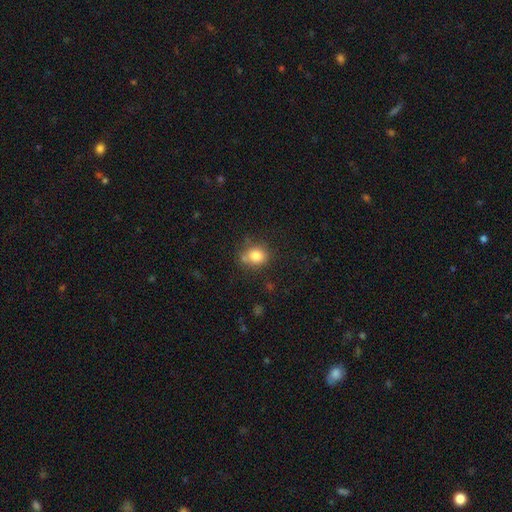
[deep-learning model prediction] Smooth or featured? smooth (82%)
How rounded? round (67%)
Merging? none (63%)